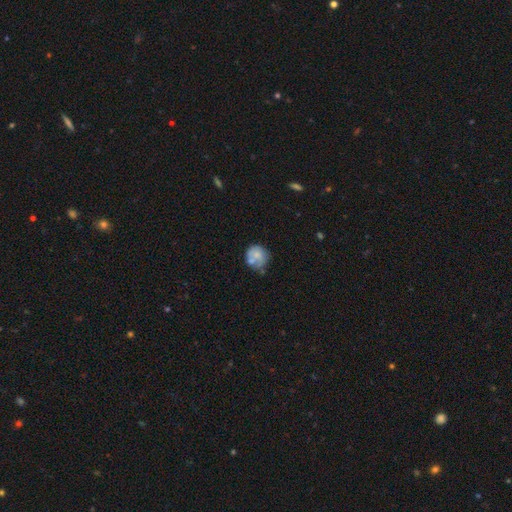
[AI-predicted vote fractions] smooth-or-featured: smooth: 60% | featured or disk: 32% | star or artifact: 8%
  how-rounded: round: 79% | in between: 20% | cigar-shaped: 1%
  merging: none: 44% | minor disturbance: 26% | merger: 19% | major disturbance: 11%